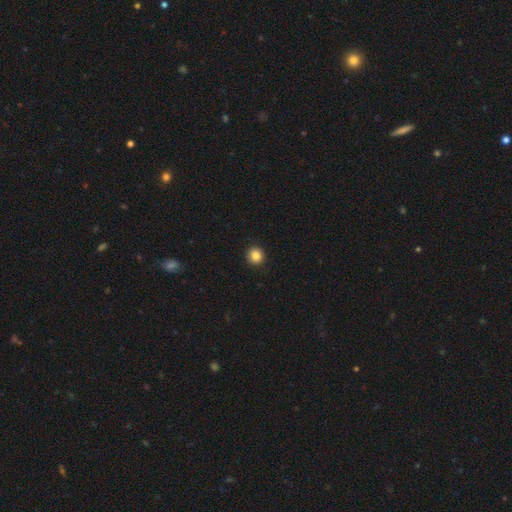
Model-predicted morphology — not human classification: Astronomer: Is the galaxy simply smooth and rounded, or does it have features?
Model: smooth — 86%.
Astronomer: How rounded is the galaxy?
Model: round — 94%.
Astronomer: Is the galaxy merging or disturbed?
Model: none — 93%.